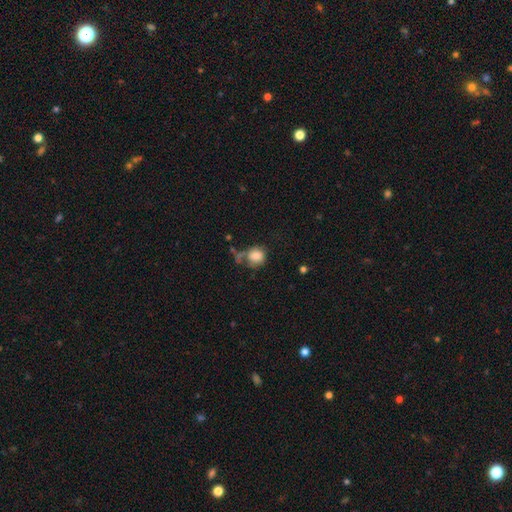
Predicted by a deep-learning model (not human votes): A smooth galaxy with no disk features (80%) that is round (80%). Merging: none (44%).